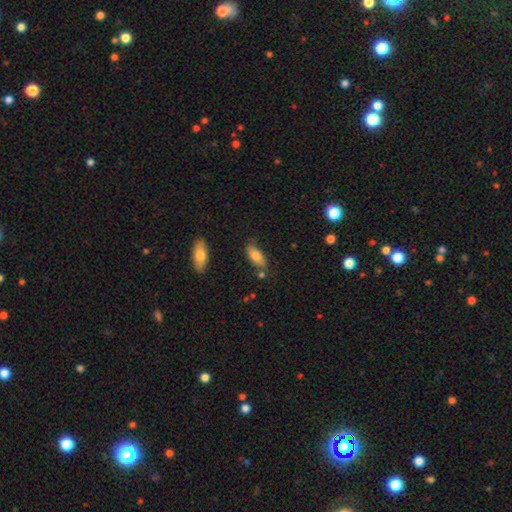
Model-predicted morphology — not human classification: type=smooth (77%); roundness=in between (84%); merging=none (67%).